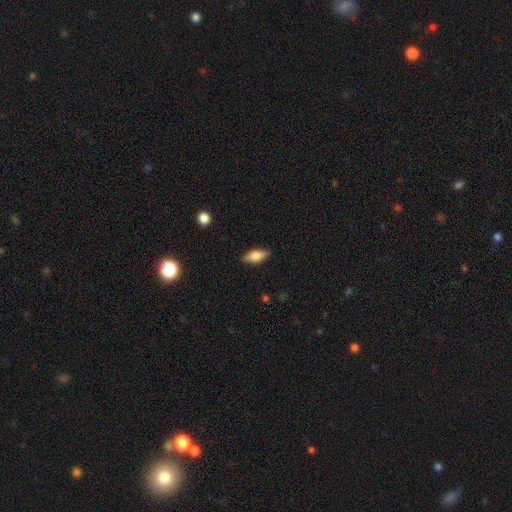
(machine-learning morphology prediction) Q: Smooth or featured?
A: smooth (72%); runner-up: featured or disk (21%)
Q: How rounded?
A: in between (76%); runner-up: cigar-shaped (21%)
Q: Merging?
A: none (88%); runner-up: minor disturbance (9%)